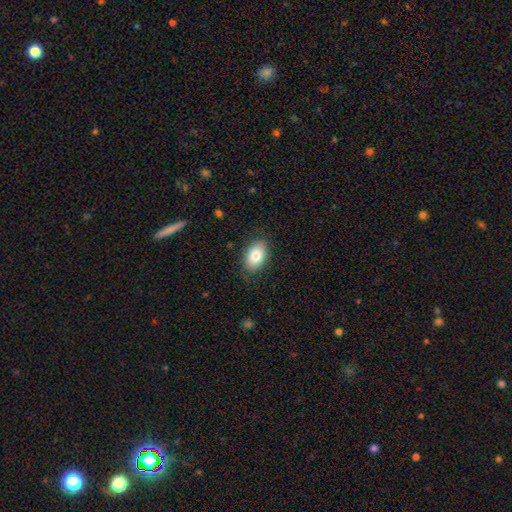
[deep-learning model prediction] Smooth or featured? smooth (81%)
How rounded? in between (89%)
Merging? none (81%)